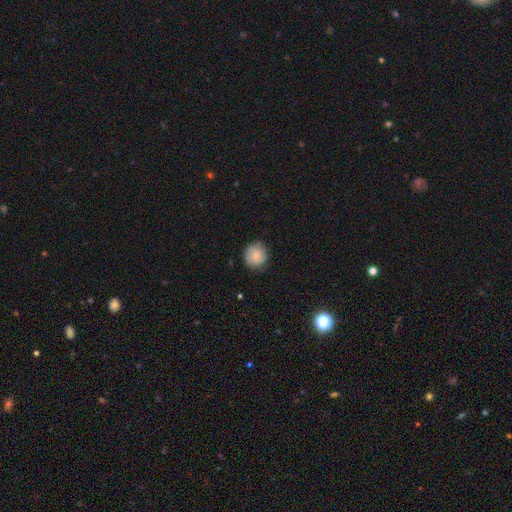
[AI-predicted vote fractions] Overall: smooth (67%). How rounded: round (90%). Merging: none (77%).